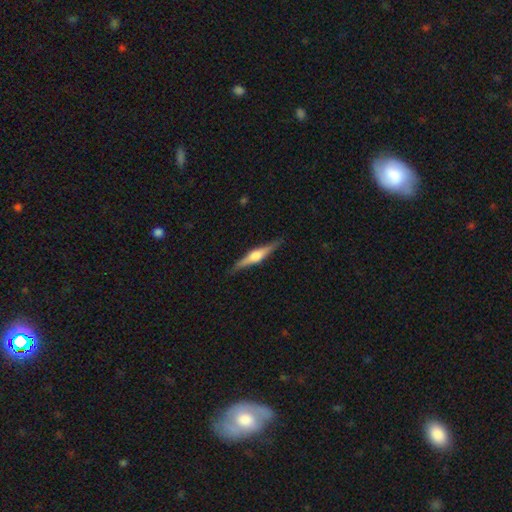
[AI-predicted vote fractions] Smooth or featured?
  - featured or disk: 73% *
  - smooth: 22%
  - star or artifact: 5%
Edge-on disk?
  - yes: 98% *
  - no: 2%
Edge-on bulge?
  - rounded: 90% *
  - boxy: 7%
  - none: 3%
Merging?
  - none: 89% *
  - minor disturbance: 8%
  - major disturbance: 2%
  - merger: 1%